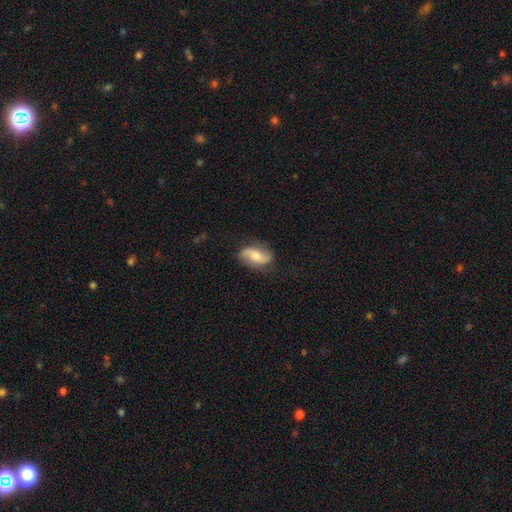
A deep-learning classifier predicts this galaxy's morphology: type=featured or disk (61%); edge-on=no (94%); bar=no (52%); spiral arms=yes (91%); winding=loose (70%); arm count=2 (91%); bulge=moderate (57%); merging=none (77%).